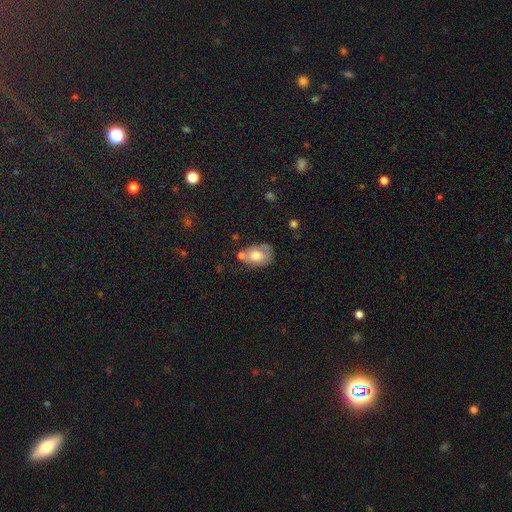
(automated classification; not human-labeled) This appears to be a smooth galaxy with no disk features (67%) that is in between round and cigar-shaped (76%). Merging: none (45%).